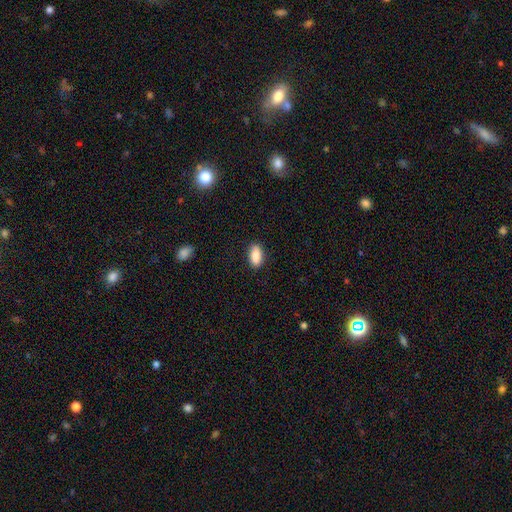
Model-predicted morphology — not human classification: smooth 85%, featured or disk 8%, star or artifact 7%. Down the decision tree: how rounded — in between (85%); merging — none (85%).